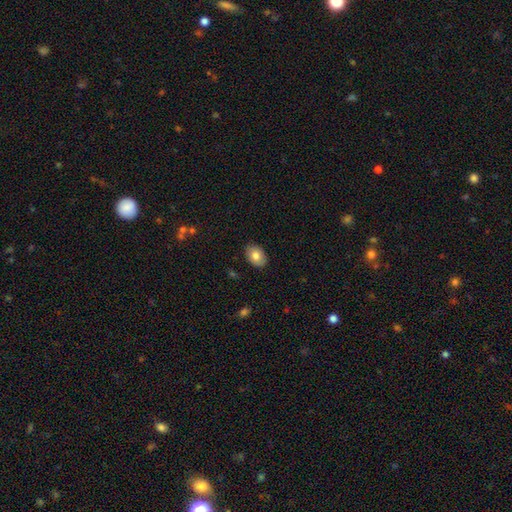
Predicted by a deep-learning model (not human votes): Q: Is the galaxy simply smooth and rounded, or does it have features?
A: smooth — 80%.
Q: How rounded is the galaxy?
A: in between — 83%.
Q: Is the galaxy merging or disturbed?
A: none — 87%.